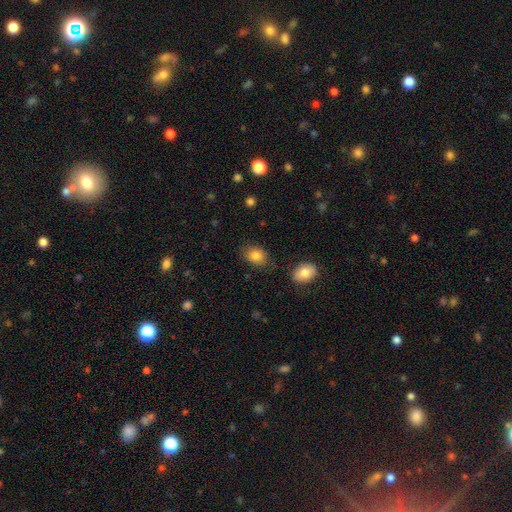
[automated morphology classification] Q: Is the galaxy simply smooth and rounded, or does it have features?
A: smooth — 84%.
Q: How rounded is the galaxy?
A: in between — 70%.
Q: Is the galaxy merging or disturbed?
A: none — 78%.